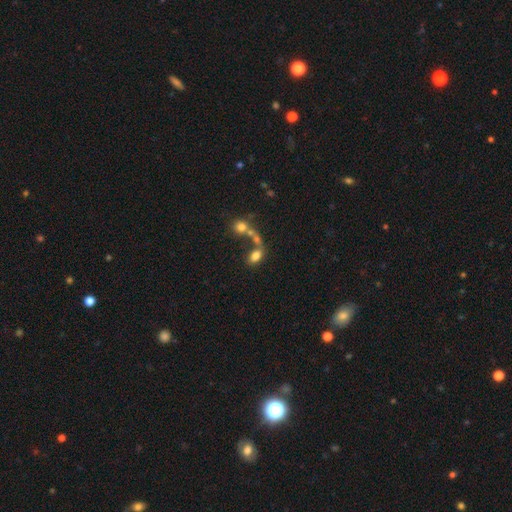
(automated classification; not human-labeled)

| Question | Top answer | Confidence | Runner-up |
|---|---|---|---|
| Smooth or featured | smooth | 76% | featured or disk (12%) |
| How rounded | in between | 84% | round (13%) |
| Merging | merger | 41% | none (39%) |